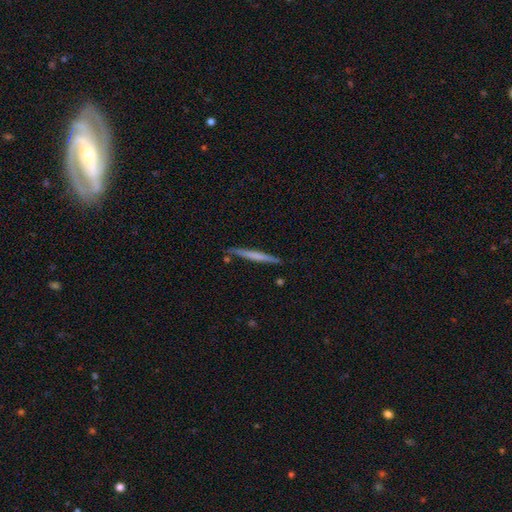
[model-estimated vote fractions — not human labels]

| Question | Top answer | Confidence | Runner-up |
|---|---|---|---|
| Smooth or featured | smooth | 49% | featured or disk (45%) |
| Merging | none | 87% | minor disturbance (9%) |